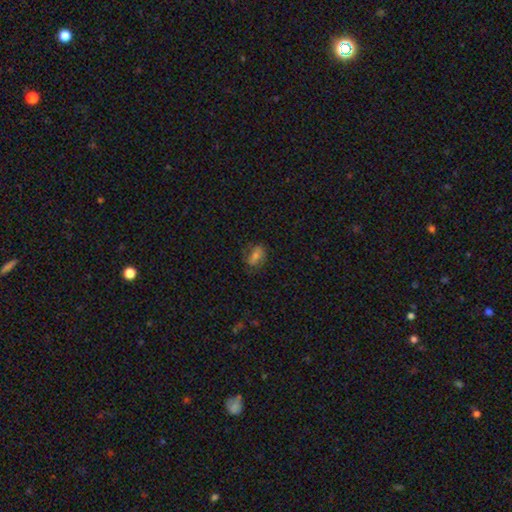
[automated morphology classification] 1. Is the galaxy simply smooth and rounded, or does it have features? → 52% smooth, 30% featured or disk, 18% star or artifact.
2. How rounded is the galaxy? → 70% in between, 27% round, 3% cigar-shaped.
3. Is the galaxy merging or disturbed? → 74% none, 18% minor disturbance, 7% major disturbance, 2% merger.